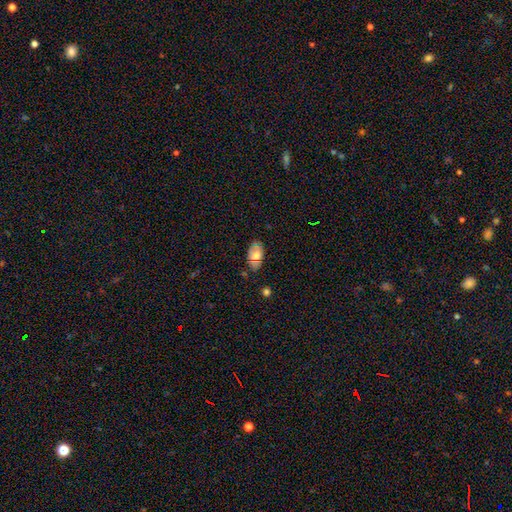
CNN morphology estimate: Smooth or featured?
  - smooth: 63% *
  - featured or disk: 28%
  - star or artifact: 10%
How rounded?
  - in between: 91% *
  - round: 6%
  - cigar-shaped: 3%
Merging?
  - none: 75% *
  - minor disturbance: 19%
  - major disturbance: 4%
  - merger: 2%